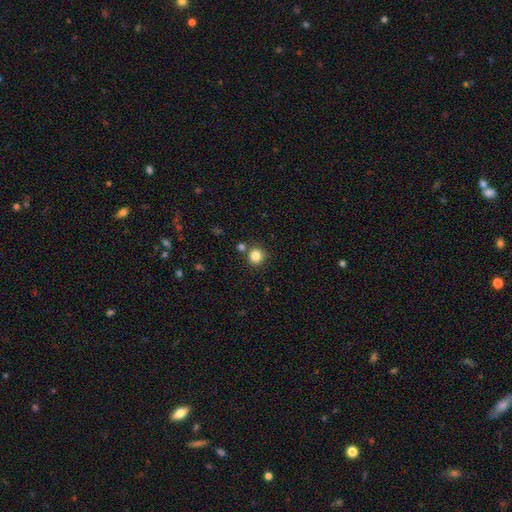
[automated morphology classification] Q: Smooth or featured?
A: smooth (83%); runner-up: star or artifact (12%)
Q: How rounded?
A: round (93%); runner-up: in between (6%)
Q: Merging?
A: none (79%); runner-up: merger (10%)